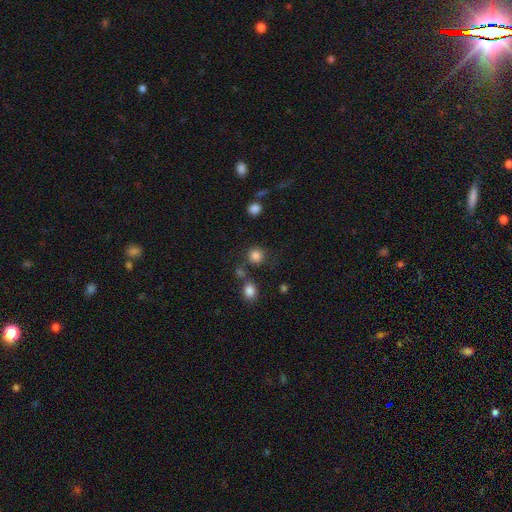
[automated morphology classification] Smooth or featured? smooth (83%)
How rounded? round (90%)
Merging? none (74%)